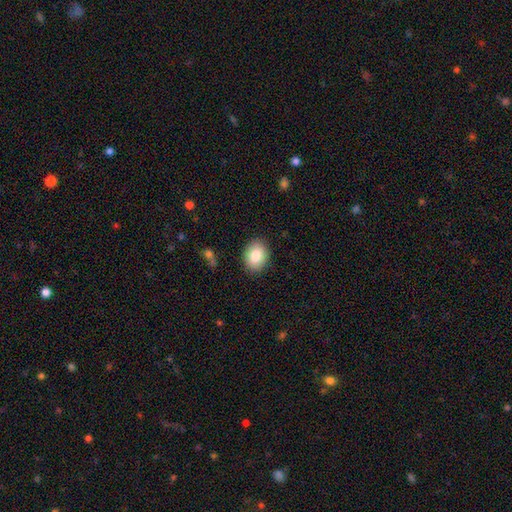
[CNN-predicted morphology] Smooth or featured?
  - smooth: 84% *
  - featured or disk: 8%
  - star or artifact: 7%
How rounded?
  - in between: 63% *
  - round: 36%
  - cigar-shaped: 1%
Merging?
  - none: 88% *
  - minor disturbance: 9%
  - major disturbance: 2%
  - merger: 1%